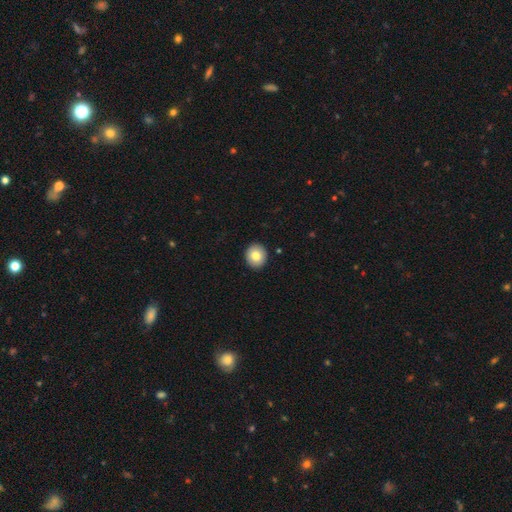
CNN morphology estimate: smooth-or-featured: smooth: 81% | featured or disk: 11% | star or artifact: 8%
  how-rounded: round: 87% | in between: 12% | cigar-shaped: 1%
  merging: none: 92% | minor disturbance: 5% | major disturbance: 1% | merger: 1%